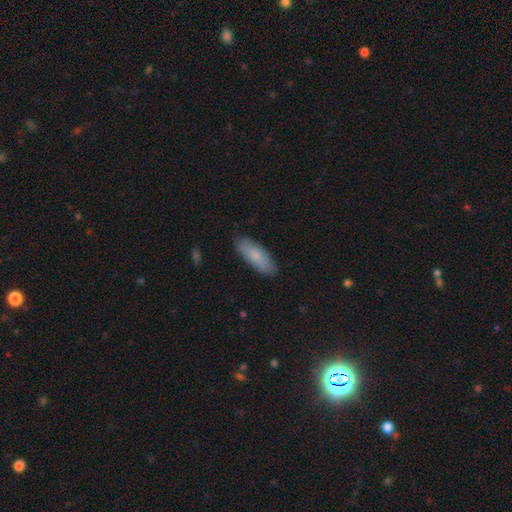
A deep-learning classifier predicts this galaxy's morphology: smooth 78%, featured or disk 16%, star or artifact 6%. Down the decision tree: how rounded — in between (68%); merging — none (84%).